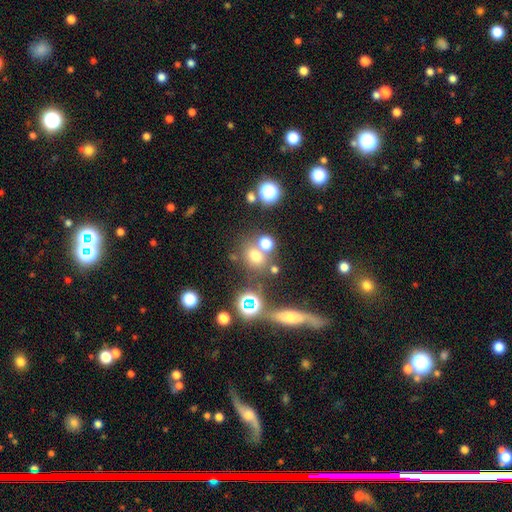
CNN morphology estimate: type=smooth (63%); roundness=round (69%); merging=none (63%).